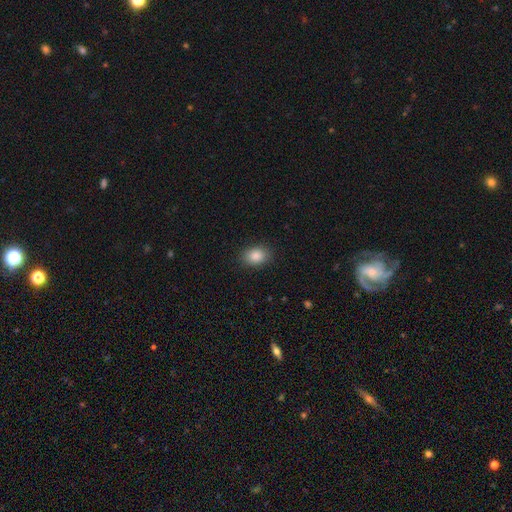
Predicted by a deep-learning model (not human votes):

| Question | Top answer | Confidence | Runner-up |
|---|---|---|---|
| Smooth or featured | smooth | 87% | star or artifact (9%) |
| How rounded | in between | 71% | round (28%) |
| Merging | none | 88% | minor disturbance (9%) |